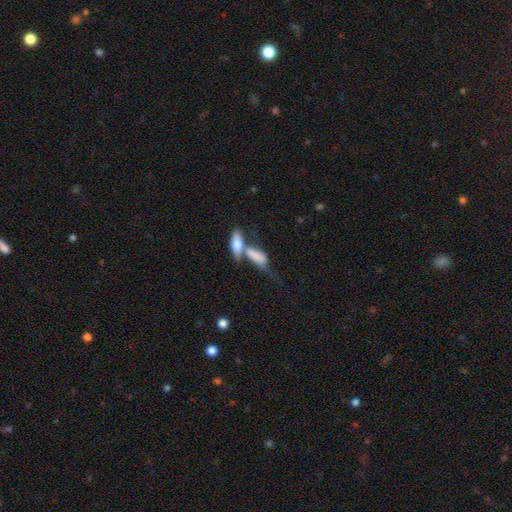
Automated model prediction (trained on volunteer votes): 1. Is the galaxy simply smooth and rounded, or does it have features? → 70% smooth, 23% featured or disk, 8% star or artifact.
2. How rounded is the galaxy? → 73% in between, 23% cigar-shaped, 4% round.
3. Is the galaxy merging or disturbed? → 62% merger, 19% none, 10% minor disturbance, 9% major disturbance.